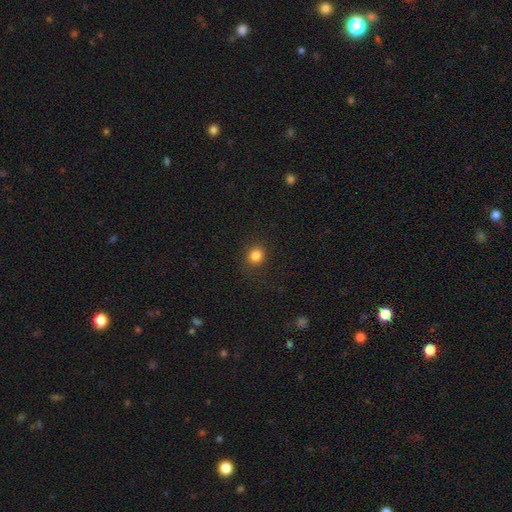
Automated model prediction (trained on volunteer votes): Overall: smooth (84%). How rounded: round (82%). Merging: none (87%).